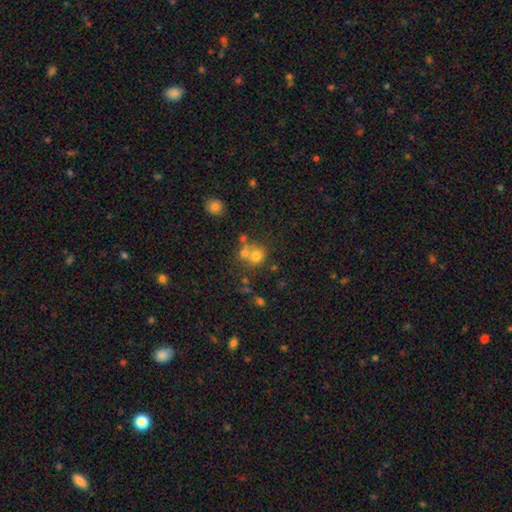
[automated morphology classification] This appears to be a smooth galaxy with no disk features (69%) that is round (80%). Merging: none (46%).